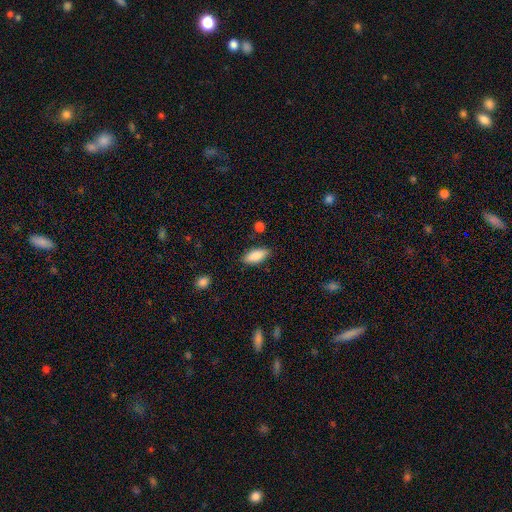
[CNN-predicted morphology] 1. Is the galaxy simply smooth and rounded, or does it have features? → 85% smooth, 8% featured or disk, 6% star or artifact.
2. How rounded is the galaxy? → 83% in between, 15% cigar-shaped, 2% round.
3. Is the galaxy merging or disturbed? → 84% none, 12% minor disturbance, 3% major disturbance, 2% merger.